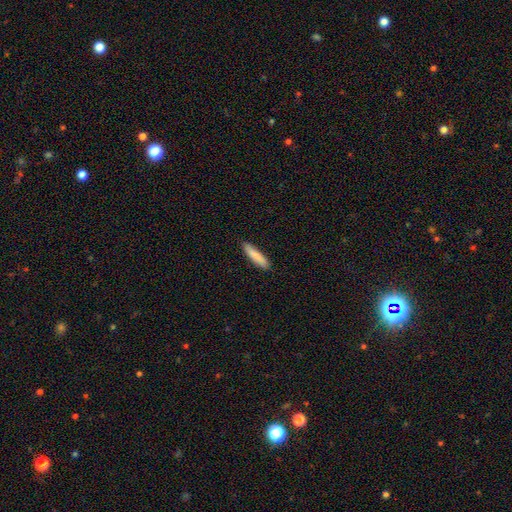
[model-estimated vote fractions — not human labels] A smooth galaxy with no disk features (83%) that is cigar-shaped (82%).

Vote fractions:
- Smooth or featured? smooth: 83% / featured or disk: 11% / star or artifact: 6%
- How rounded? cigar-shaped: 82% / in between: 16% / round: 1%
- Merging? none: 89% / minor disturbance: 8% / major disturbance: 2% / merger: 1%